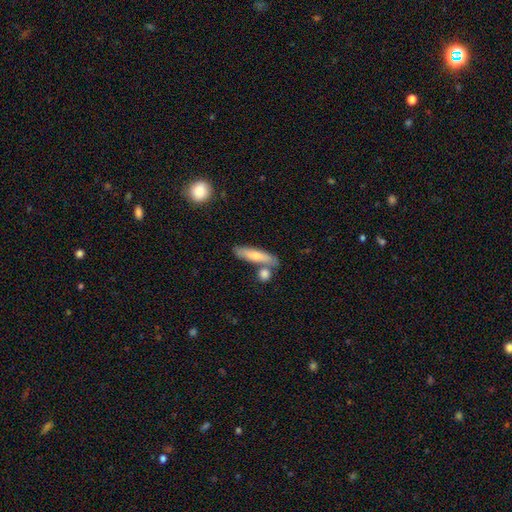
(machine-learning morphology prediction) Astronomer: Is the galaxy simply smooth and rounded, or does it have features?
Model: smooth — 65%.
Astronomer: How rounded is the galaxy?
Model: cigar-shaped — 73%.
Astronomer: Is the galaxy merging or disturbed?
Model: none — 65%.